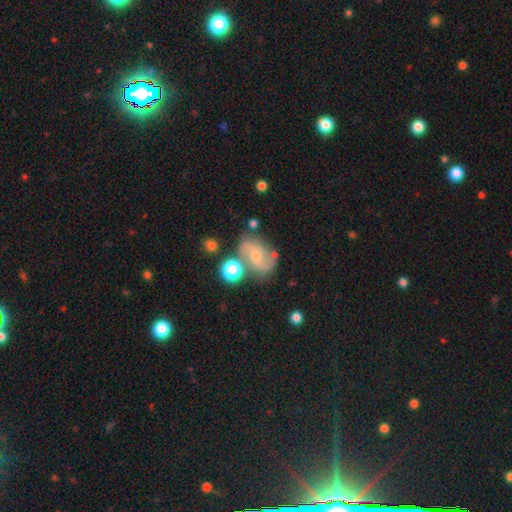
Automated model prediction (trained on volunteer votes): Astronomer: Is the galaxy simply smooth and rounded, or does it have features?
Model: featured or disk — 66%.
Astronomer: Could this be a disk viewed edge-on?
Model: no — 97%.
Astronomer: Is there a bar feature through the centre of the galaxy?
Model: no — 51% (runner-up: weak, 37%).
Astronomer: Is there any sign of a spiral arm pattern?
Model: yes — 88%.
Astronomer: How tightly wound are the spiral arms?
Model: loose — 43% (runner-up: medium, 42%).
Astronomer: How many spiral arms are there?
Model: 2 — 88%.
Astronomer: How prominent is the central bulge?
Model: small — 64%.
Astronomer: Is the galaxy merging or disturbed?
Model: none — 62%.